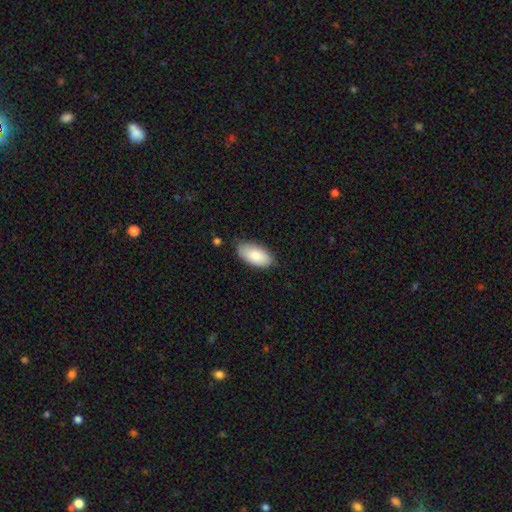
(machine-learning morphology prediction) A smooth galaxy with no disk features (86%) that is in between round and cigar-shaped (95%).

Vote fractions:
- Smooth or featured? smooth: 86% / featured or disk: 9% / star or artifact: 6%
- How rounded? in between: 95% / cigar-shaped: 3% / round: 2%
- Merging? none: 78% / minor disturbance: 17% / major disturbance: 3% / merger: 2%